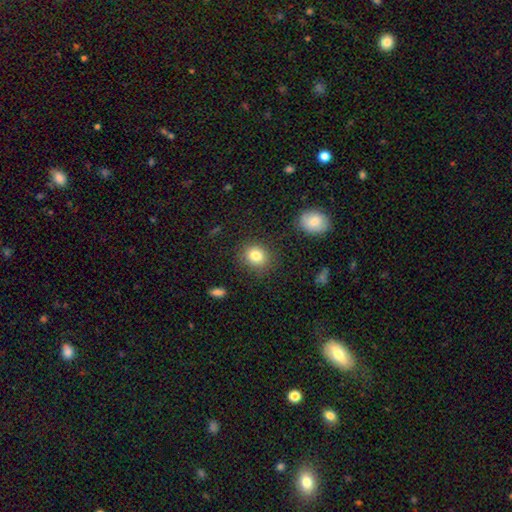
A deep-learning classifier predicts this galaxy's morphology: Smooth or featured?
  - smooth: 82% *
  - star or artifact: 11%
  - featured or disk: 7%
How rounded?
  - round: 74% *
  - in between: 25%
  - cigar-shaped: 1%
Merging?
  - none: 85% *
  - minor disturbance: 10%
  - major disturbance: 3%
  - merger: 2%